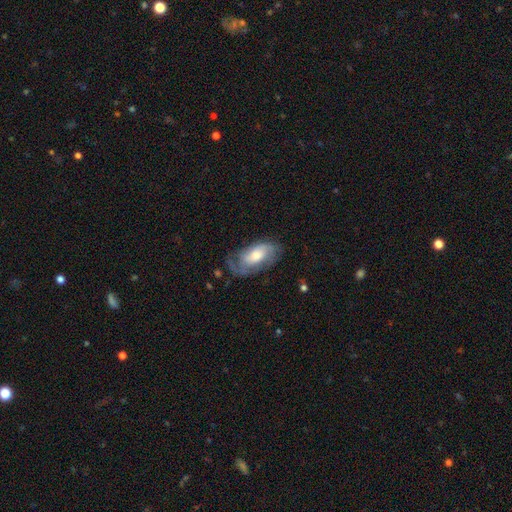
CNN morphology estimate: smooth_or_featured: featured or disk (p=0.59) [alt: smooth p=0.34]
disk_edge_on: no (p=0.93) [alt: yes p=0.07]
bar: no (p=0.65) [alt: weak p=0.28]
has_spiral_arms: yes (p=0.82) [alt: no p=0.18]
bulge_size: moderate (p=0.57) [alt: small p=0.20]
merging: none (p=0.52) [alt: minor disturbance p=0.27]